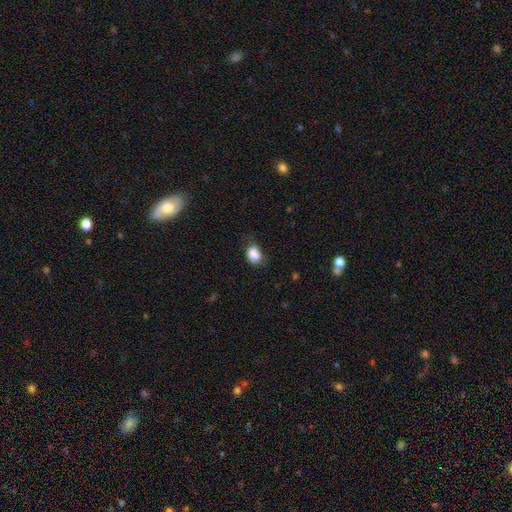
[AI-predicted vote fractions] A smooth galaxy with no disk features (86%) that is in between round and cigar-shaped (61%). Merging: none (55%).